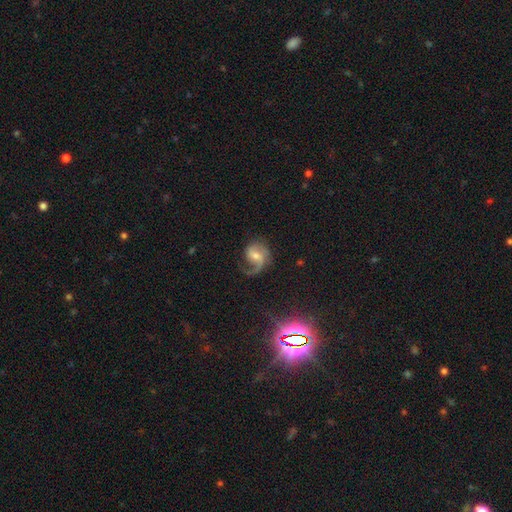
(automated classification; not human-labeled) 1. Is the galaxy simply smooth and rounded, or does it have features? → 82% featured or disk, 11% smooth, 7% star or artifact.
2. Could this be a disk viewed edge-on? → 98% no, 2% yes.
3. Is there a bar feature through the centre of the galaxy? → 48% weak, 37% no, 15% strong.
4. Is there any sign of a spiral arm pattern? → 96% yes, 4% no.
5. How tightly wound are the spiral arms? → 46% medium, 38% loose, 16% tight.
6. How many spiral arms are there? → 52% 2, 39% 1, 4% can't tell, 2% 3, 1% 4, 1% more than 4.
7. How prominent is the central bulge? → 51% moderate, 40% small, 4% none, 4% large, 1% dominant.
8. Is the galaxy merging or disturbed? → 57% none, 21% major disturbance, 21% minor disturbance, 2% merger.